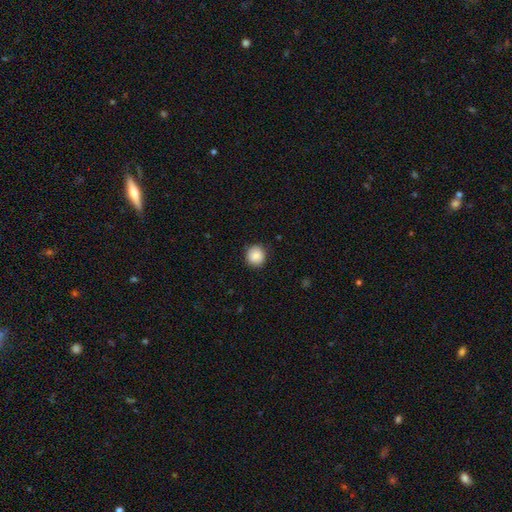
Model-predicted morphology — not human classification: Overall: smooth (88%). How rounded: round (90%). Merging: none (88%).